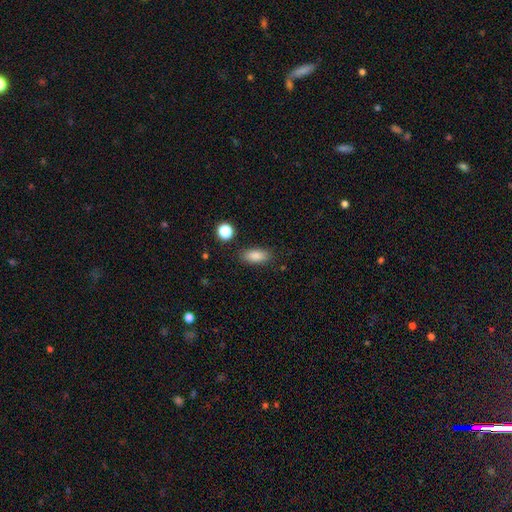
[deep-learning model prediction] Morphology: type=smooth (86%); roundness=in between (81%); merging=none (86%).